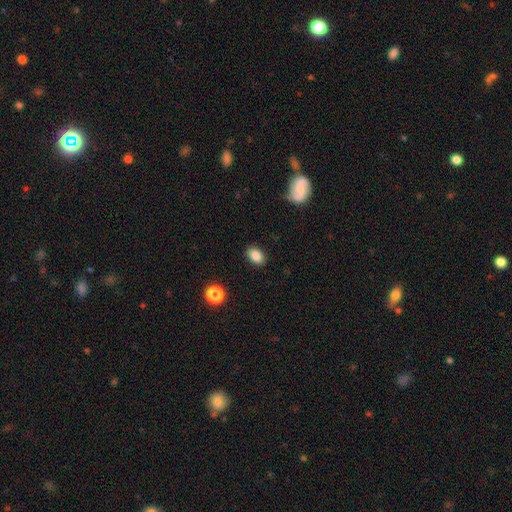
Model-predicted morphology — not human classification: smooth 86%, star or artifact 10%, featured or disk 5%. Down the decision tree: how rounded — in between (78%); merging — none (87%).